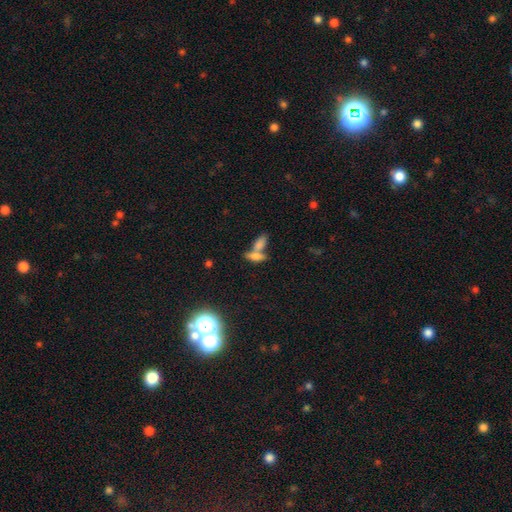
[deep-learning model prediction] A smooth galaxy with no disk features (70%) that is in between round and cigar-shaped (69%).

Vote fractions:
- Smooth or featured? smooth: 70% / featured or disk: 17% / star or artifact: 12%
- How rounded? in between: 69% / cigar-shaped: 26% / round: 5%
- Merging? merger: 59% / none: 30% / minor disturbance: 7% / major disturbance: 4%